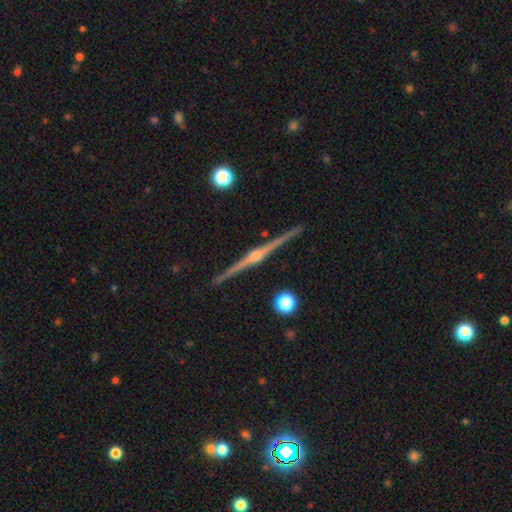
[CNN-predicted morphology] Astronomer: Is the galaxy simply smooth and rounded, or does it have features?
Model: featured or disk — 90%.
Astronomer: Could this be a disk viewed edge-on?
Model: yes — 99%.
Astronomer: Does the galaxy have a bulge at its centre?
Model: rounded — 91%.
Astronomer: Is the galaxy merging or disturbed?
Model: none — 93%.